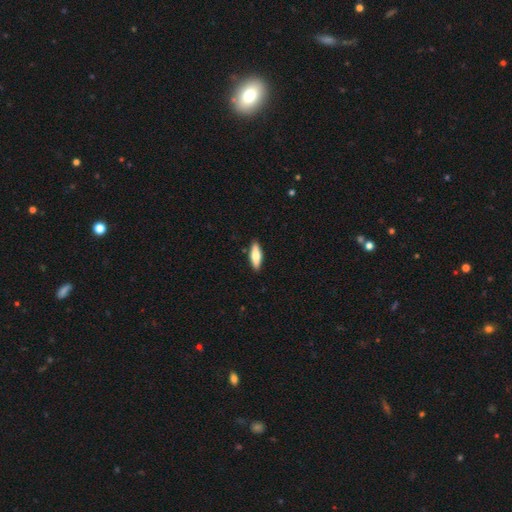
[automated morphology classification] smooth 72%, featured or disk 23%, star or artifact 5%. Down the decision tree: how rounded — in between (50%); merging — none (89%).